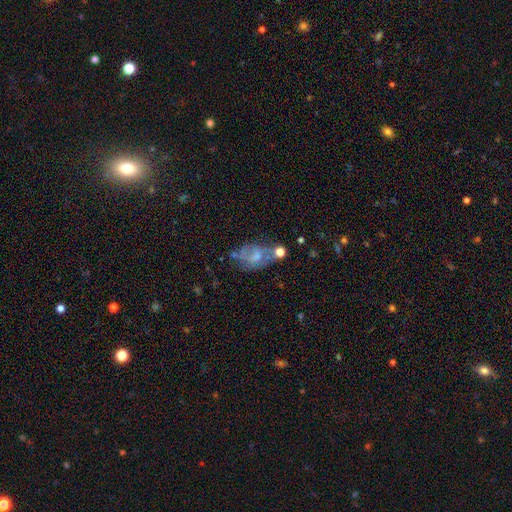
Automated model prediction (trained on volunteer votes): The model was most divided on "smooth or featured": featured or disk: 51%, smooth: 35%, star or artifact: 13%. Remaining: edge-on disk — no (95%); merging — none (40%).